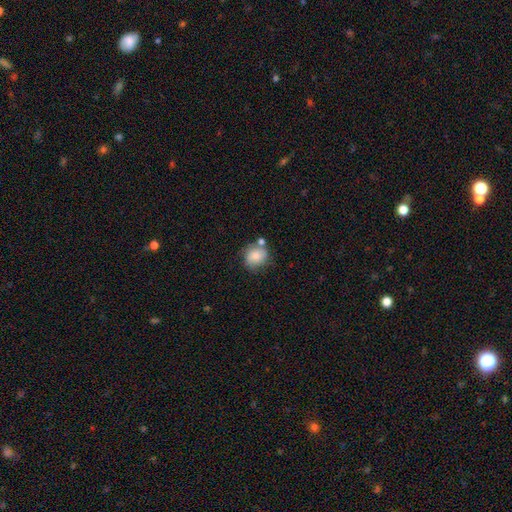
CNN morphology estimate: Q: Smooth or featured?
A: smooth (78%); runner-up: featured or disk (14%)
Q: How rounded?
A: round (75%); runner-up: in between (24%)
Q: Merging?
A: none (57%); runner-up: minor disturbance (20%)